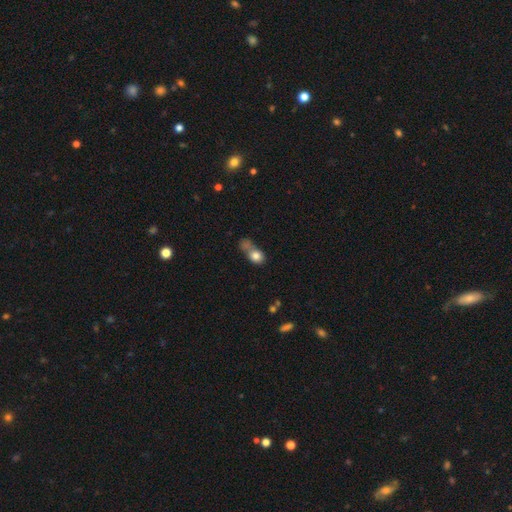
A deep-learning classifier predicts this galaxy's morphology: Q: Smooth or featured?
A: smooth (77%); runner-up: featured or disk (13%)
Q: How rounded?
A: round (52%); runner-up: in between (45%)
Q: Merging?
A: merger (45%); runner-up: none (23%)